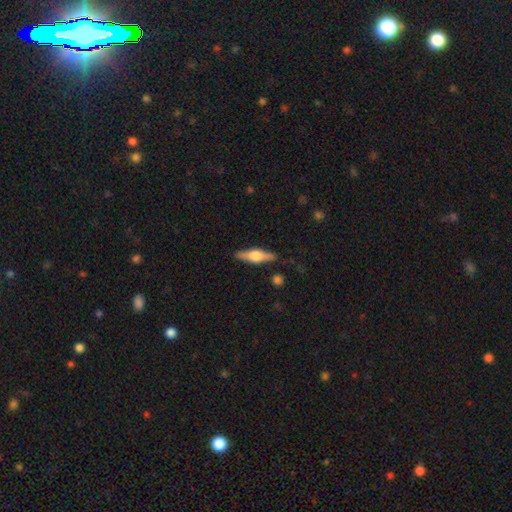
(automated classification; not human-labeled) Smooth or featured? Predicted: featured or disk (p=0.62). Edge-on disk? Predicted: yes (p=0.96). Edge-on bulge? Predicted: rounded (p=0.90). Merging? Predicted: none (p=0.86).